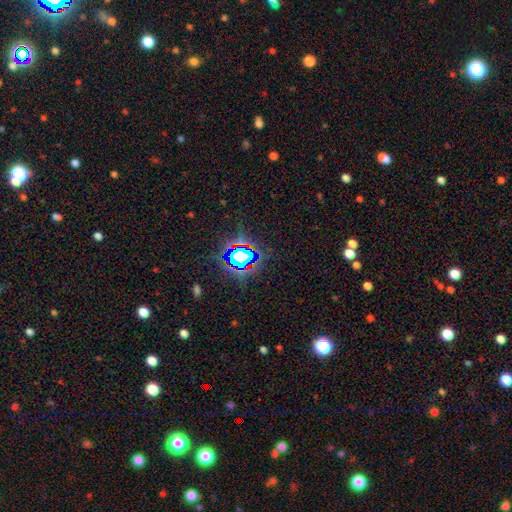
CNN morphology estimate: Overall: star or artifact (75%).